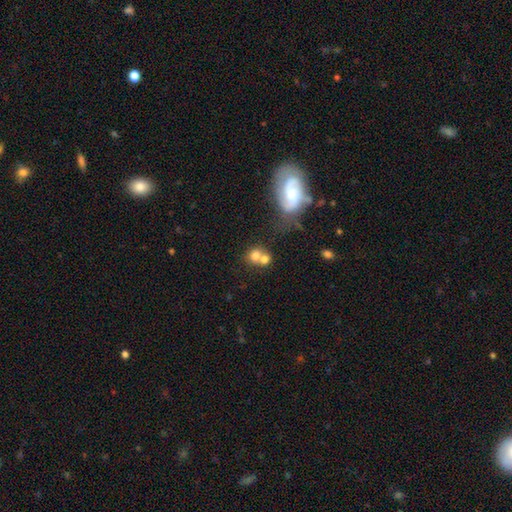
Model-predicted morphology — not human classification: Smooth or featured? Predicted: smooth (p=0.72). How rounded? Predicted: round (p=0.72). Merging? Predicted: merger (p=0.54).